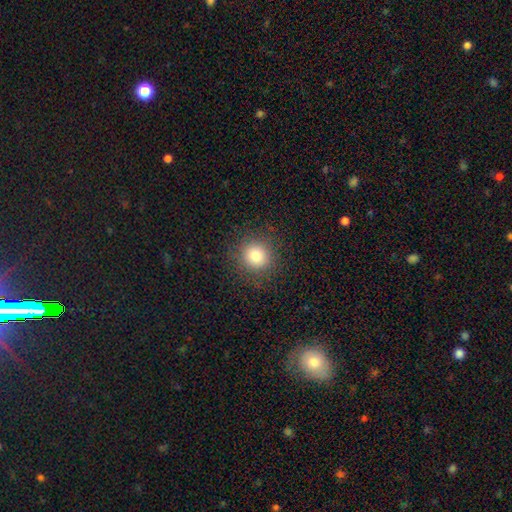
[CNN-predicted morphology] smooth-or-featured: smooth: 82% | star or artifact: 12% | featured or disk: 6%
  how-rounded: round: 91% | in between: 8% | cigar-shaped: 1%
  merging: none: 88% | minor disturbance: 7% | major disturbance: 3% | merger: 1%